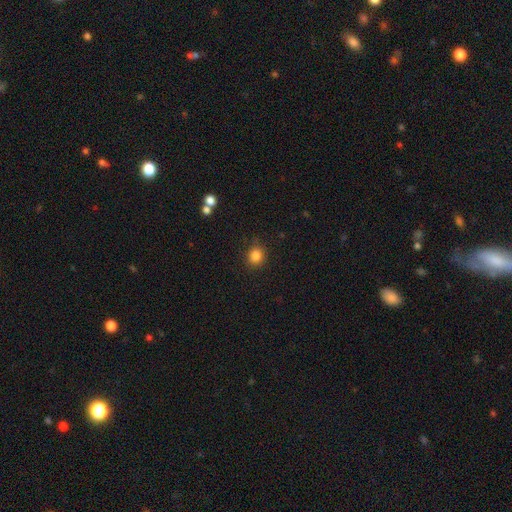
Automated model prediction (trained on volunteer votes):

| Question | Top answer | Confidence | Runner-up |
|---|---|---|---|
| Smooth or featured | smooth | 84% | star or artifact (11%) |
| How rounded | round | 82% | in between (17%) |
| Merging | none | 86% | minor disturbance (9%) |